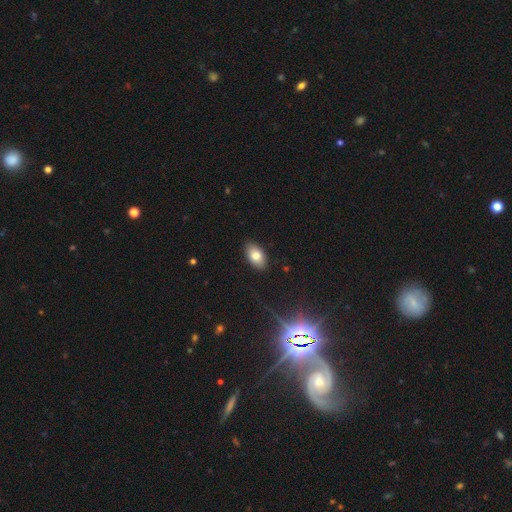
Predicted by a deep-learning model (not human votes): Smooth or featured: smooth — 81% (featured or disk — 10%)
How rounded: in between — 93% (round — 6%)
Merging: none — 87% (minor disturbance — 9%)